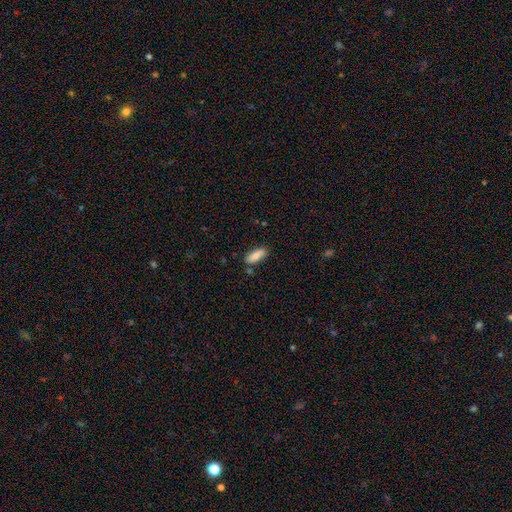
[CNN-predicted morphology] Smooth or featured: smooth — 83% (featured or disk — 10%)
How rounded: in between — 75% (cigar-shaped — 23%)
Merging: none — 82% (minor disturbance — 12%)